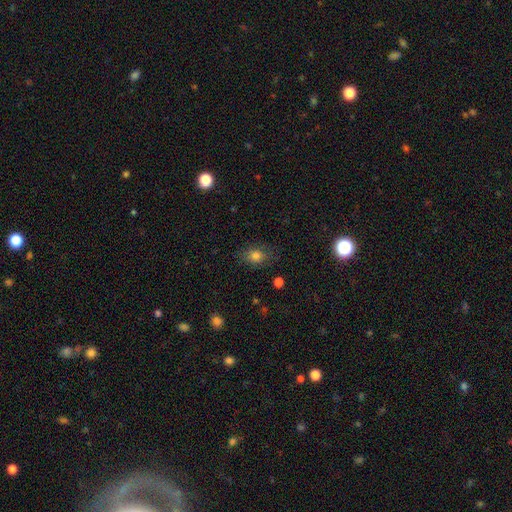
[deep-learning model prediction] This appears to be a smooth galaxy with no disk features (78%) that is in between round and cigar-shaped (66%). Merging: none (77%).